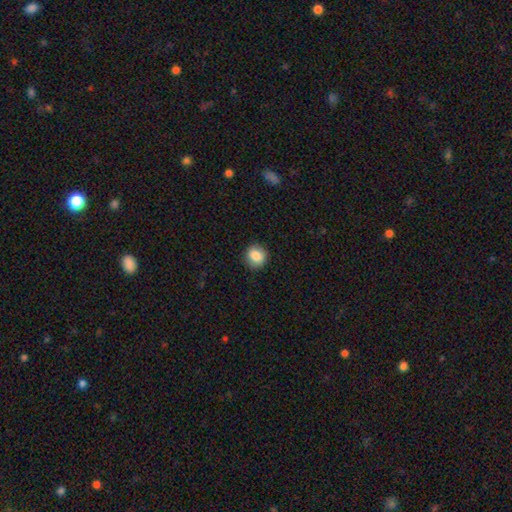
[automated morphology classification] smooth-or-featured: smooth: 84% | star or artifact: 9% | featured or disk: 7%
  how-rounded: round: 85% | in between: 14% | cigar-shaped: 1%
  merging: none: 88% | minor disturbance: 9% | major disturbance: 2% | merger: 1%